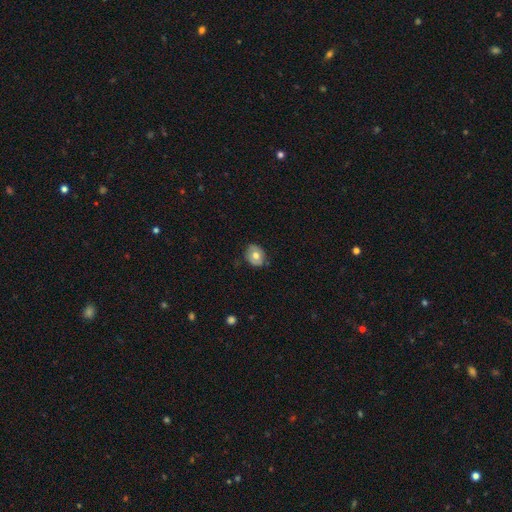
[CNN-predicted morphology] Overall: smooth (63%; featured or disk 29%). How rounded: round (55%; in between 44%). Merging: none (77%).